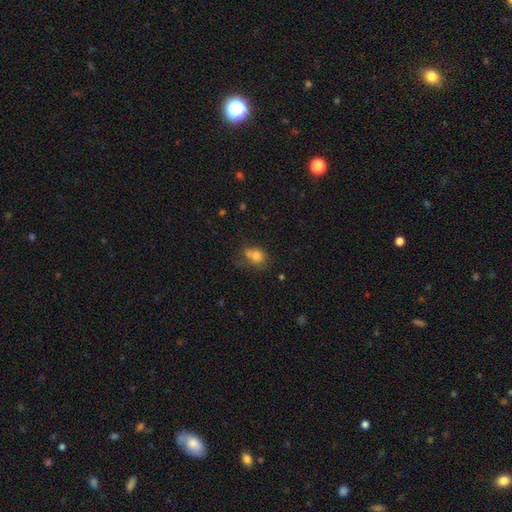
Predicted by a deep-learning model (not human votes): Q: Smooth or featured?
A: smooth (77%); runner-up: star or artifact (12%)
Q: How rounded?
A: in between (50%); runner-up: round (49%)
Q: Merging?
A: none (40%); runner-up: merger (28%)